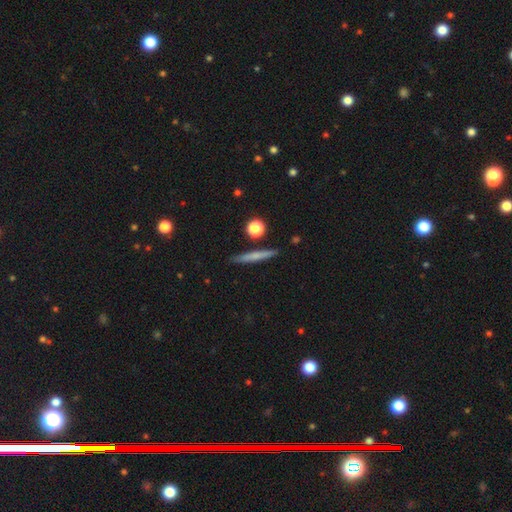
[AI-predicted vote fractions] smooth_or_featured: smooth (p=0.59) [alt: featured or disk p=0.33]
how_rounded: cigar-shaped (p=0.93) [alt: in between p=0.04]
merging: none (p=0.89) [alt: minor disturbance p=0.07]